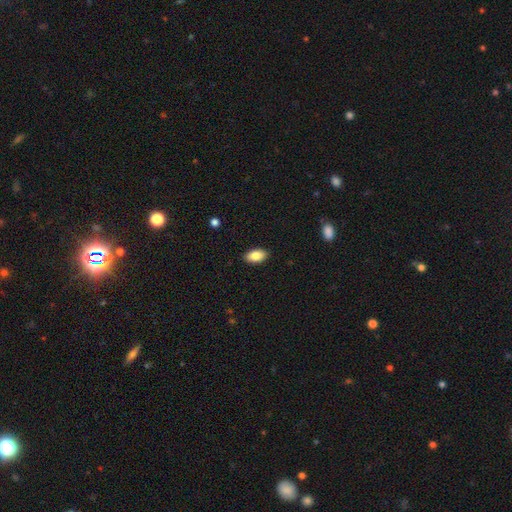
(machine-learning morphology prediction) smooth_or_featured: smooth (p=0.85) [alt: featured or disk p=0.08]
how_rounded: in between (p=0.94) [alt: round p=0.04]
merging: none (p=0.89) [alt: minor disturbance p=0.08]